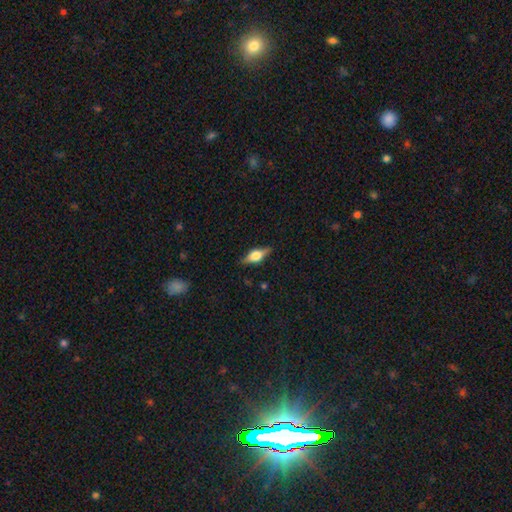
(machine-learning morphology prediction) This appears to be a featured or disk galaxy (55%) viewed edge-on (95%) with a rounded central bulge (91%). Merging: none (86%).